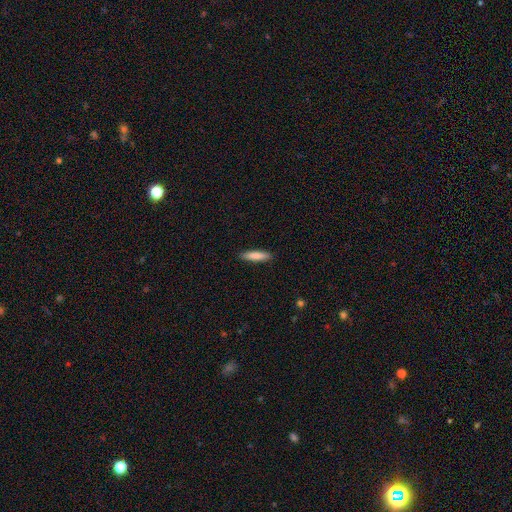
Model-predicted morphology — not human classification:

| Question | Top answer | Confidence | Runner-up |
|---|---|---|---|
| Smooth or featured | smooth | 83% | featured or disk (11%) |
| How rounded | cigar-shaped | 80% | in between (18%) |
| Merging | none | 90% | minor disturbance (7%) |